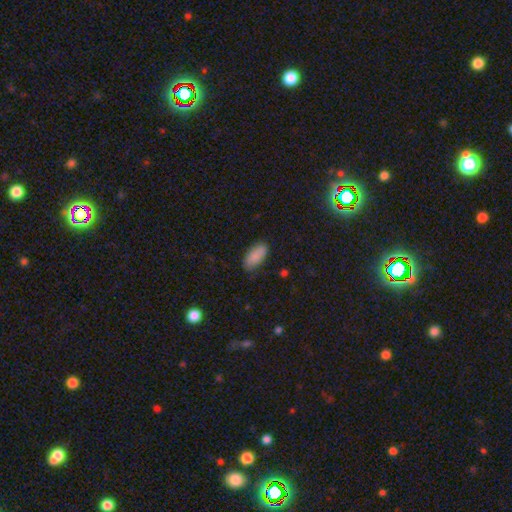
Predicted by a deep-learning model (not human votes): Smooth or featured: smooth — 88% (star or artifact — 7%)
How rounded: in between — 90% (cigar-shaped — 8%)
Merging: none — 80% (minor disturbance — 16%)